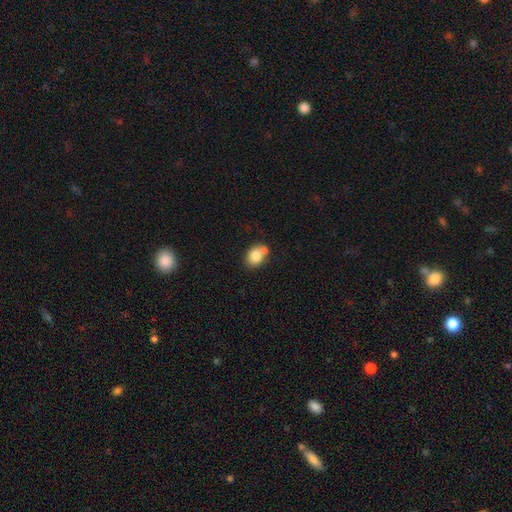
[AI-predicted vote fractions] Smooth or featured? Predicted: smooth (p=0.81). How rounded? Predicted: in between (p=0.53). Merging? Predicted: none (p=0.49).